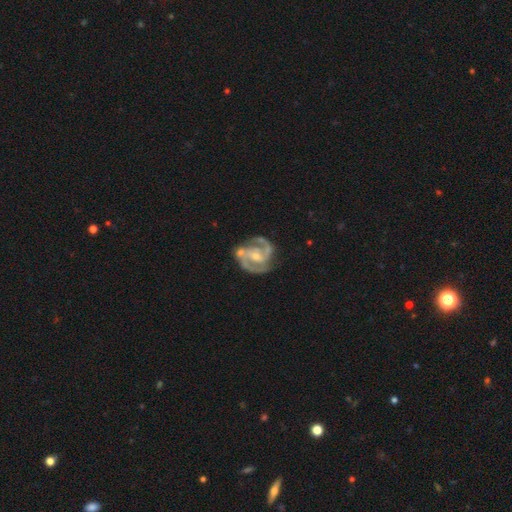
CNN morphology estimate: Smooth or featured: featured or disk — 91% (smooth — 5%)
Edge-on disk: no — 98% (yes — 2%)
Bar: weak — 45% (no — 31%)
Spiral arms: yes — 98% (no — 2%)
Spiral winding: medium — 54% (tight — 37%)
Spiral arm count: 2 — 77% (3 — 13%)
Bulge size: small — 57% (moderate — 38%)
Merging: none — 66% (minor disturbance — 20%)